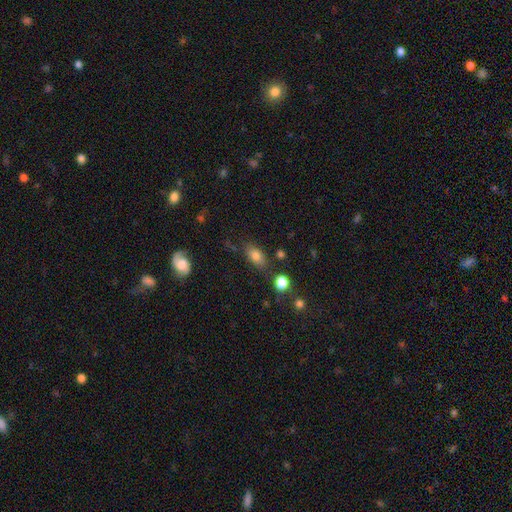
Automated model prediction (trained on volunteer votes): This appears to be a smooth galaxy with no disk features (78%) that is in between round and cigar-shaped (84%). Merging: none (74%).